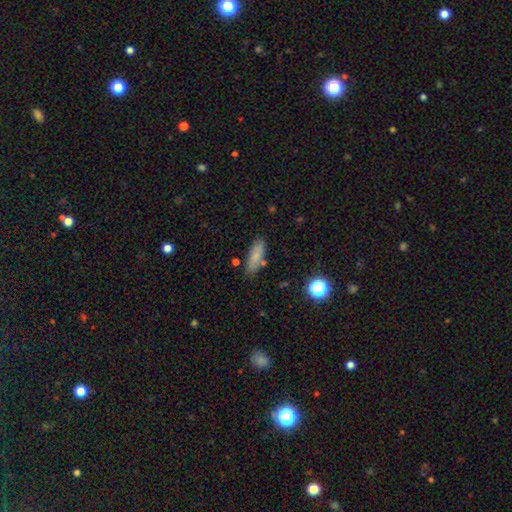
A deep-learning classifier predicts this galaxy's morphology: Q: Smooth or featured?
A: smooth (80%); runner-up: featured or disk (11%)
Q: How rounded?
A: in between (61%); runner-up: cigar-shaped (36%)
Q: Merging?
A: none (80%); runner-up: minor disturbance (13%)